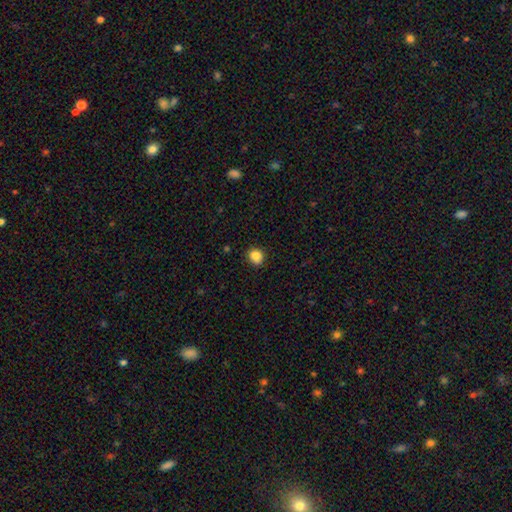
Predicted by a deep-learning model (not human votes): smooth 84%, star or artifact 11%, featured or disk 5%. Down the decision tree: how rounded — round (79%); merging — none (83%).